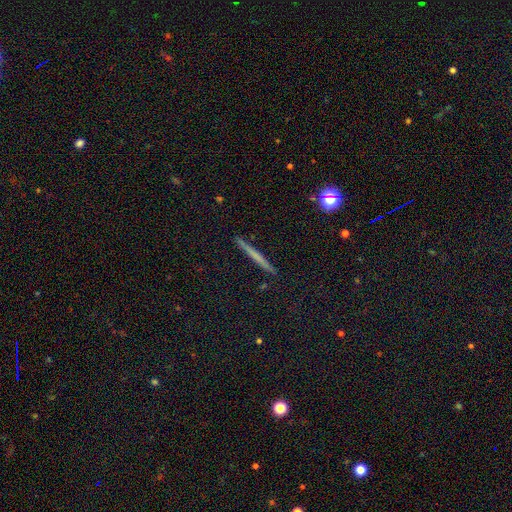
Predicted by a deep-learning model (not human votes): Smooth or featured? Predicted: smooth (p=0.49). Merging? Predicted: none (p=0.91).